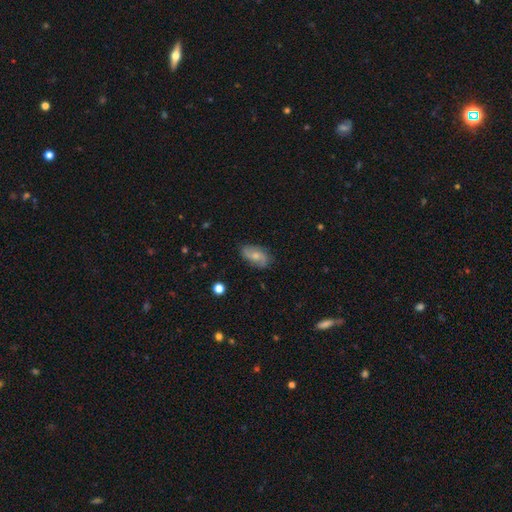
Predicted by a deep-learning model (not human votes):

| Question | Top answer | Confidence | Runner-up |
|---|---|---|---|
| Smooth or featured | featured or disk | 54% | smooth (38%) |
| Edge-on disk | no | 95% | yes (5%) |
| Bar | no | 64% | weak (31%) |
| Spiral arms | yes | 89% | no (11%) |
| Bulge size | moderate | 48% | small (42%) |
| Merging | none | 77% | minor disturbance (18%) |